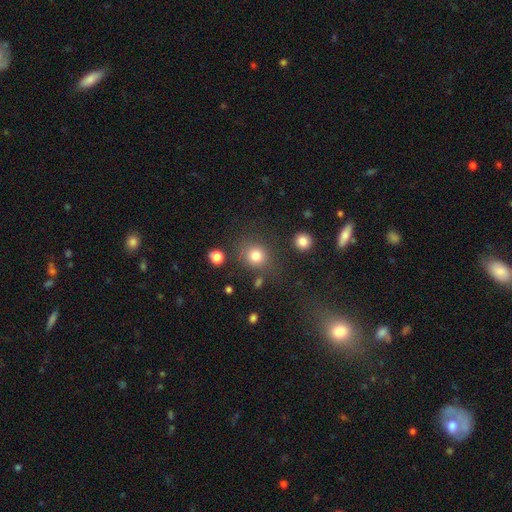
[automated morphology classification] Q: Smooth or featured?
A: smooth (80%); runner-up: star or artifact (13%)
Q: How rounded?
A: round (82%); runner-up: in between (17%)
Q: Merging?
A: none (77%); runner-up: minor disturbance (12%)